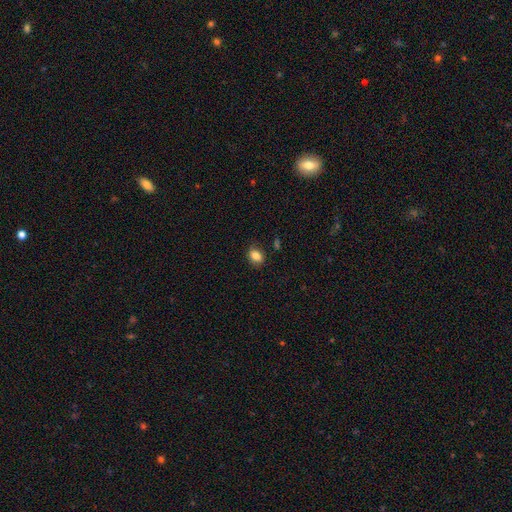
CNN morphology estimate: This is clearly a smooth galaxy (84%). How rounded: likely in between (70%). Merging: clearly none (82%).